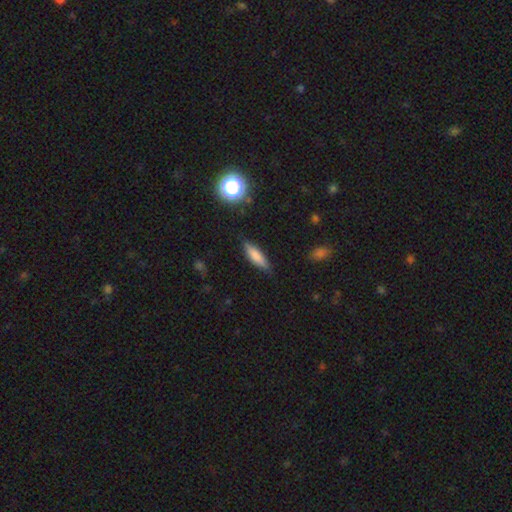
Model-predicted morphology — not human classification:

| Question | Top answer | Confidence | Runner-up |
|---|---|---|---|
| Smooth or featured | smooth | 75% | featured or disk (16%) |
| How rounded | cigar-shaped | 59% | in between (38%) |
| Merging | none | 82% | minor disturbance (13%) |